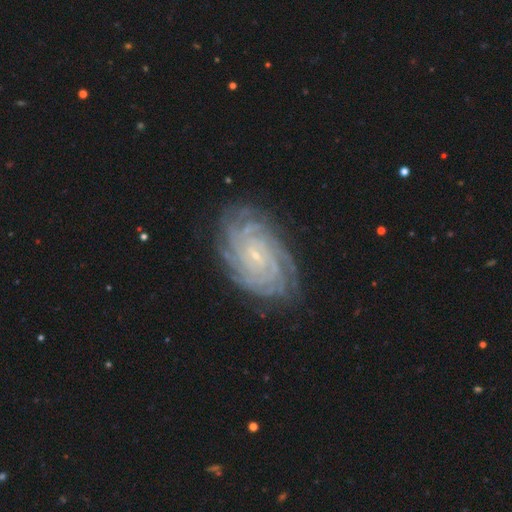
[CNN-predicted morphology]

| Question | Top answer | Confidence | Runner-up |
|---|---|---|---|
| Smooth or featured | featured or disk | 90% | star or artifact (6%) |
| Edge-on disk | no | 97% | yes (3%) |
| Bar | no | 67% | weak (24%) |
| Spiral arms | yes | 98% | no (2%) |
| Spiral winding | tight | 87% | medium (11%) |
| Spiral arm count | more than 4 | 37% | 4 (20%) |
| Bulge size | small | 87% | moderate (9%) |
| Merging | none | 84% | minor disturbance (11%) |